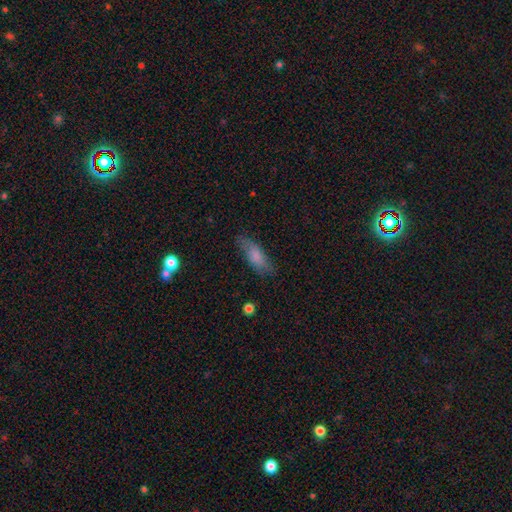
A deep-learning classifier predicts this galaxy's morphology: The model was most divided on "how rounded": in between: 65%, cigar-shaped: 33%, round: 2%. More confident: smooth or featured — smooth (76%); merging — none (73%).